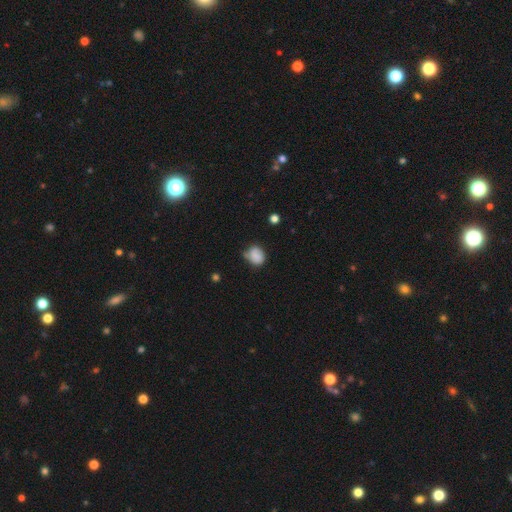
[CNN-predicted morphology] Smooth or featured? smooth (80%)
How rounded? round (53%)
Merging? none (49%)